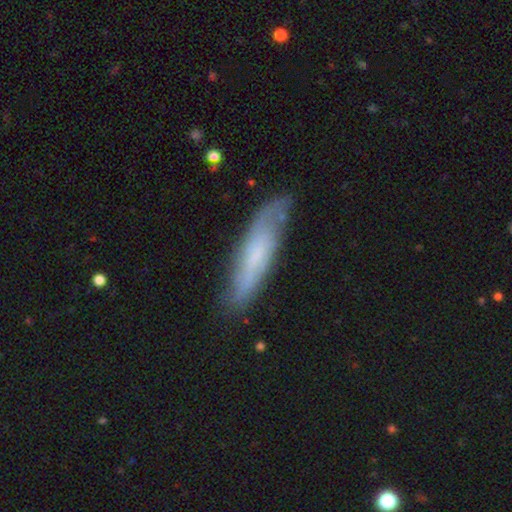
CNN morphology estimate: Smooth or featured: smooth — 49% (featured or disk — 44%)
Merging: none — 74% (minor disturbance — 20%)